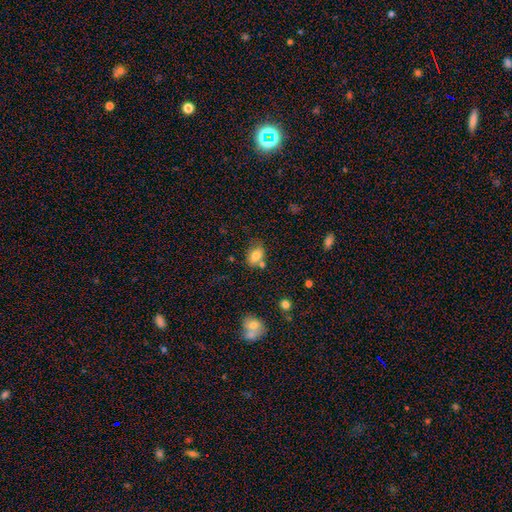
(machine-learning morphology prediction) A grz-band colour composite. It shows a smooth galaxy with no disk features (79%) that is in between round and cigar-shaped (80%). Merging: none (60%).